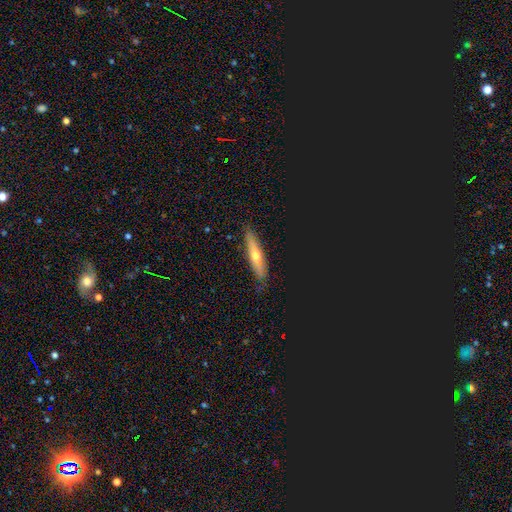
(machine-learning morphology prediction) The model was most divided on "smooth or featured": featured or disk: 48%, smooth: 43%, star or artifact: 9%. More confident: merging — none (83%).